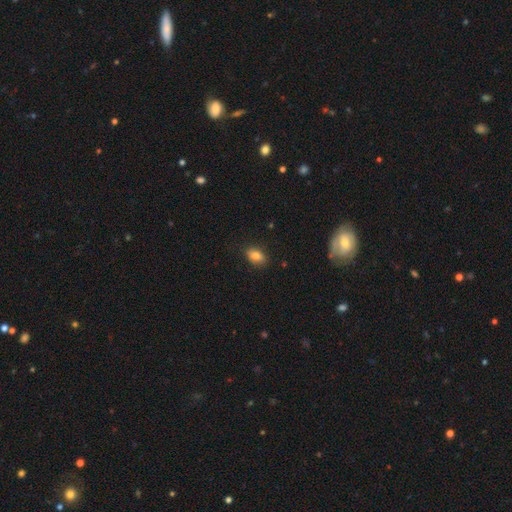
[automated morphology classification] The model was most divided on "how rounded": in between: 83%, round: 15%, cigar-shaped: 2%. More confident: merging — none (85%); smooth or featured — smooth (82%).